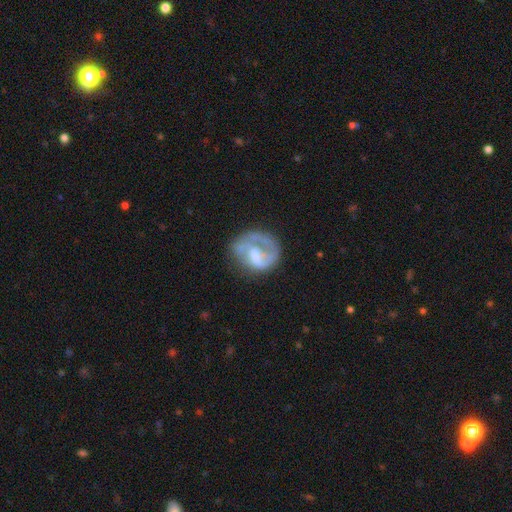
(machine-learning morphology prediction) Smooth or featured: featured or disk — 61% (smooth — 32%)
Edge-on disk: no — 98% (yes — 2%)
Bar: no — 46% (weak — 41%)
Spiral arms: yes — 62% (no — 38%)
Bulge size: moderate — 35% (none — 27%)
Merging: none — 45% (major disturbance — 29%)